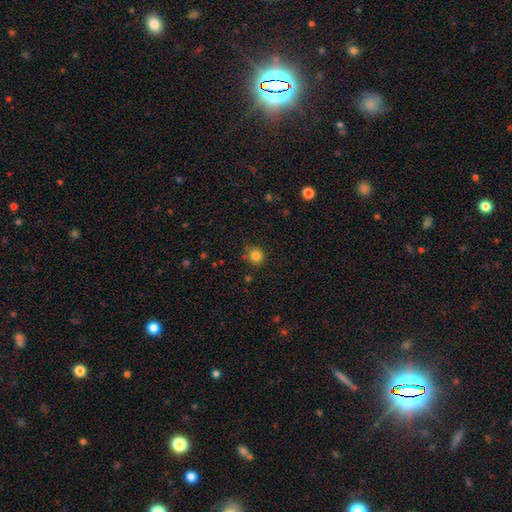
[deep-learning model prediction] This appears to be a smooth galaxy with no disk features (83%) that is round (91%). Merging: none (80%).